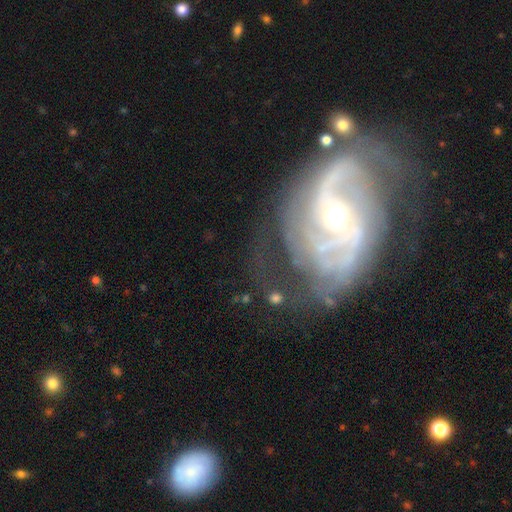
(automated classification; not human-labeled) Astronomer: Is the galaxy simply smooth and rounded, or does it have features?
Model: featured or disk — 89%.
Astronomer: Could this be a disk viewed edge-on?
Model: no — 97%.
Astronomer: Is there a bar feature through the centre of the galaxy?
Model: no — 55% (runner-up: weak, 32%).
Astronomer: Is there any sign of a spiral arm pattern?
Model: yes — 96%.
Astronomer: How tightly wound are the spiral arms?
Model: tight — 42% (runner-up: medium, 41%).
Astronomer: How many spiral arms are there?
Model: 2 — 43% (runner-up: can't tell, 21%).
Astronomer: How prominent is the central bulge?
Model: moderate — 48% (runner-up: small, 47%).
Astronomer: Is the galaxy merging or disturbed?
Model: none — 55%.